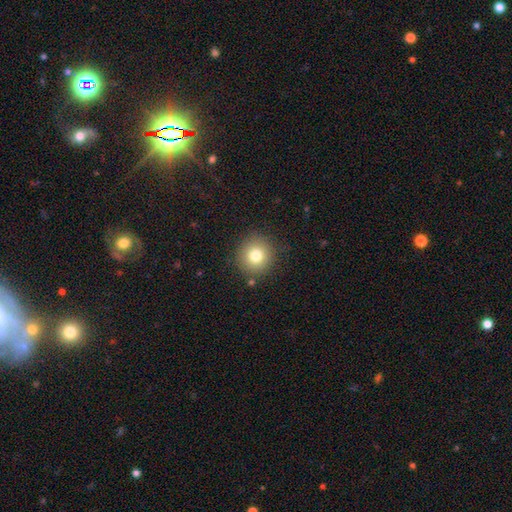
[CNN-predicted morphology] Overall: smooth (78%). How rounded: round (92%). Merging: none (88%).